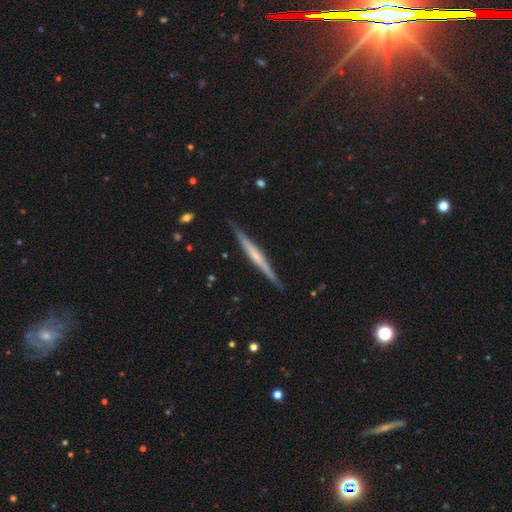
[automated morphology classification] Smooth or featured: featured or disk — 66% (smooth — 29%)
Edge-on disk: yes — 98% (no — 2%)
Edge-on bulge: none — 54% (rounded — 33%)
Merging: none — 89% (minor disturbance — 8%)